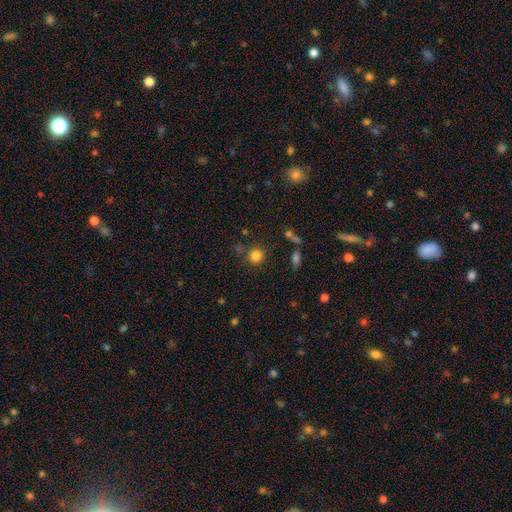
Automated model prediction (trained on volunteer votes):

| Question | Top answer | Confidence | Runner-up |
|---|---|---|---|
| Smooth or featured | smooth | 82% | star or artifact (12%) |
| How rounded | round | 91% | in between (8%) |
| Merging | none | 80% | minor disturbance (9%) |